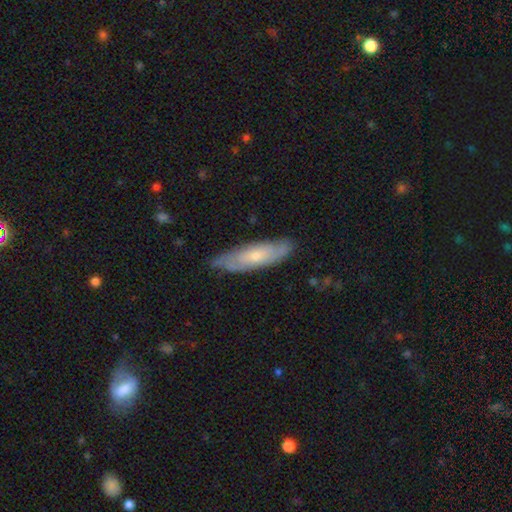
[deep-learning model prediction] Smooth or featured? Predicted: featured or disk (p=0.48). Merging? Predicted: none (p=0.76).